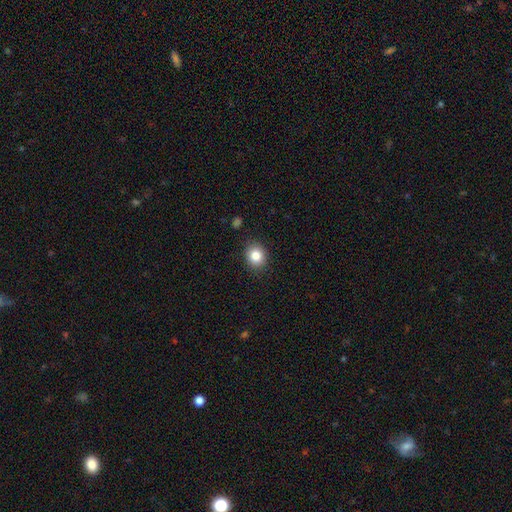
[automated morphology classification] A smooth galaxy with no disk features (83%) that is round (71%).

Vote fractions:
- Smooth or featured? smooth: 83% / star or artifact: 10% / featured or disk: 6%
- How rounded? round: 71% / in between: 28% / cigar-shaped: 1%
- Merging? none: 88% / minor disturbance: 8% / major disturbance: 2% / merger: 1%